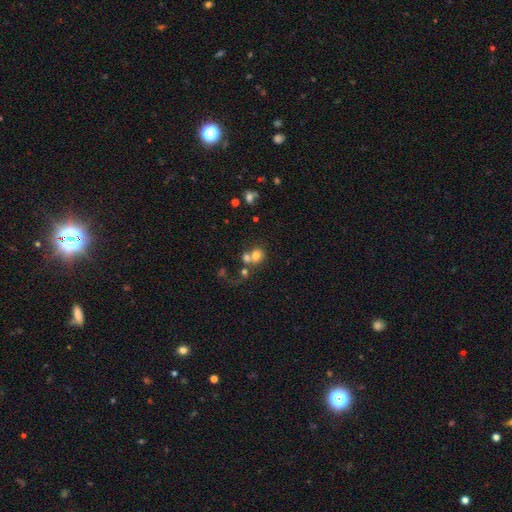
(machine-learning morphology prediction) smooth_or_featured: smooth (p=0.70) [alt: featured or disk p=0.16]
how_rounded: round (p=0.73) [alt: in between p=0.26]
merging: merger (p=0.52) [alt: none p=0.34]